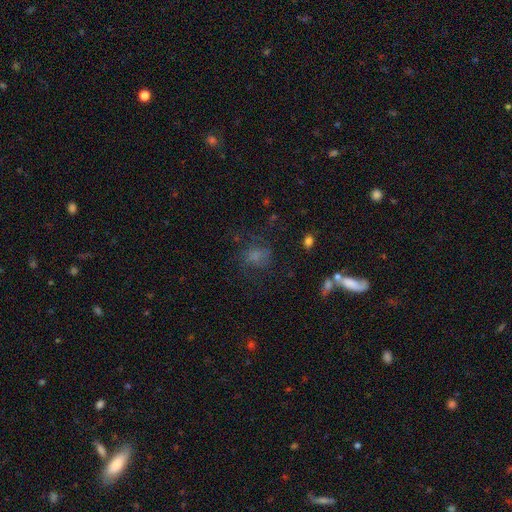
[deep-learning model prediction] Smooth or featured?
  - smooth: 56% *
  - featured or disk: 24%
  - star or artifact: 20%
How rounded?
  - round: 62% *
  - in between: 37%
  - cigar-shaped: 1%
Merging?
  - none: 52% *
  - major disturbance: 24%
  - minor disturbance: 21%
  - merger: 3%